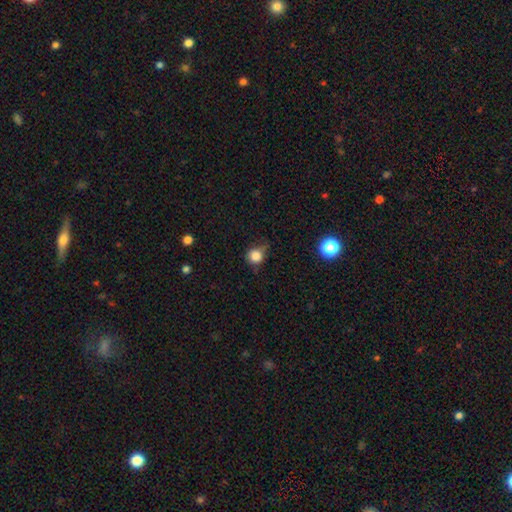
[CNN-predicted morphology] A smooth galaxy with no disk features (83%) that is round (88%). Merging: none (55%).